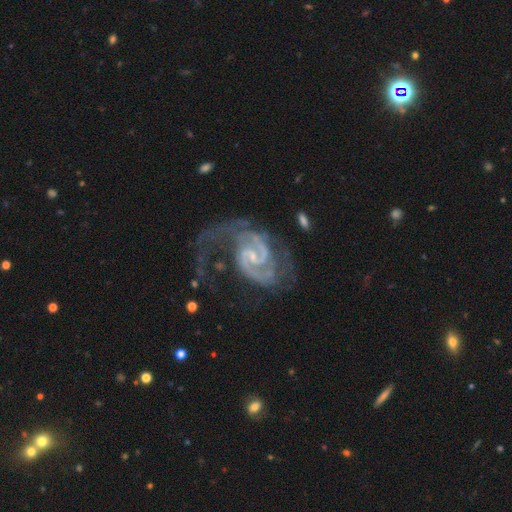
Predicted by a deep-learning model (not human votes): Smooth or featured? Predicted: featured or disk (p=0.91). Edge-on disk? Predicted: no (p=0.98). Bar? Predicted: weak (p=0.50). Spiral arms? Predicted: yes (p=0.98). Spiral winding? Predicted: medium (p=0.52). Spiral arm count? Predicted: 2 (p=0.83). Bulge size? Predicted: small (p=0.70). Merging? Predicted: none (p=0.51).